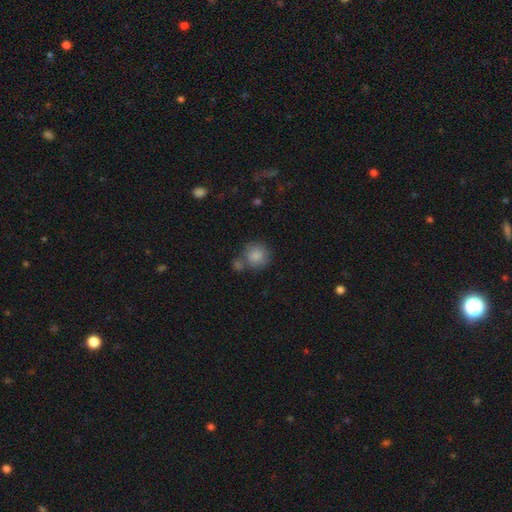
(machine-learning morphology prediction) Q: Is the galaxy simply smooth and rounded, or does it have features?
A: smooth — 85%.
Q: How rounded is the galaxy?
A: round — 89%.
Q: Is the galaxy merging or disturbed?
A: none — 56%.